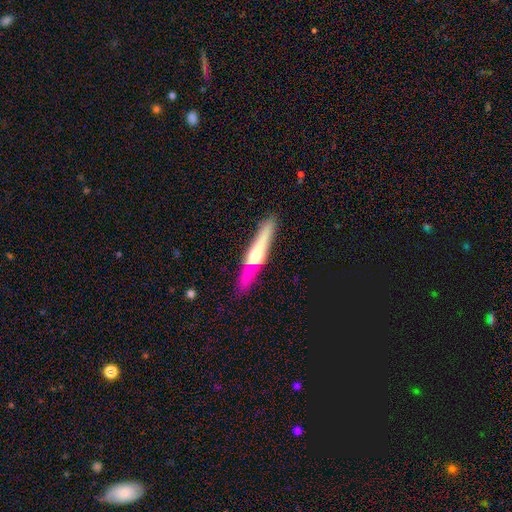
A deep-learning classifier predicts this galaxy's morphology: This appears to be a featured or disk galaxy (64%) viewed edge-on (96%) with a rounded central bulge (90%). Merging: none (84%).